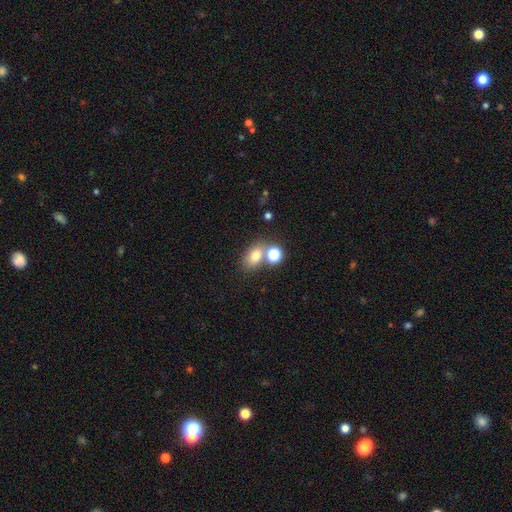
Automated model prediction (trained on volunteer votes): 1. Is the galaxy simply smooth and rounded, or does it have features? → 74% smooth, 15% star or artifact, 12% featured or disk.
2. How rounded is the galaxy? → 68% in between, 31% round, 2% cigar-shaped.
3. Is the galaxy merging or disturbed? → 57% none, 27% merger, 11% minor disturbance, 5% major disturbance.